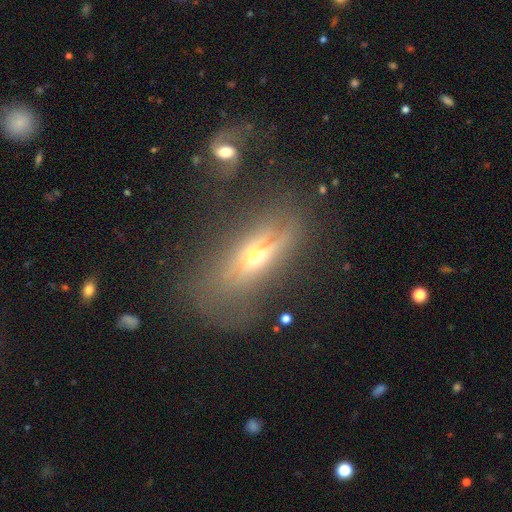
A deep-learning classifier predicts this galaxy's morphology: This appears to be a featured or disk galaxy (62%) viewed edge-on (66%). Merging: none (53%).